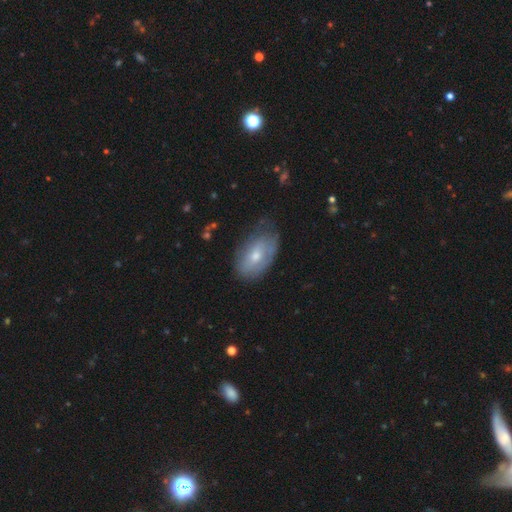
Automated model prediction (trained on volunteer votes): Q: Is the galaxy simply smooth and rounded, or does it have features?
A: smooth — 53%.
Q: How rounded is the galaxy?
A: in between — 91%.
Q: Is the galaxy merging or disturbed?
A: none — 58%.